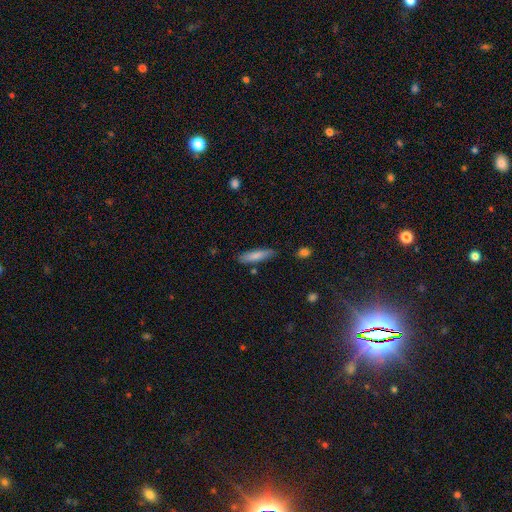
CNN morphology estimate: Smooth or featured: smooth — 79% (featured or disk — 15%)
How rounded: cigar-shaped — 73% (in between — 25%)
Merging: none — 82% (minor disturbance — 13%)